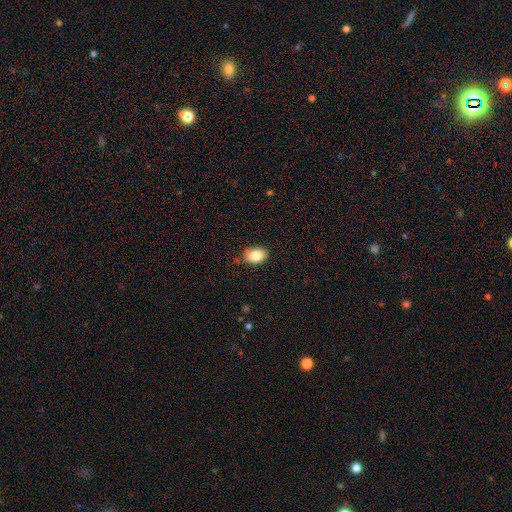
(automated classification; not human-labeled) Smooth or featured? smooth (84%)
How rounded? in between (78%)
Merging? none (83%)